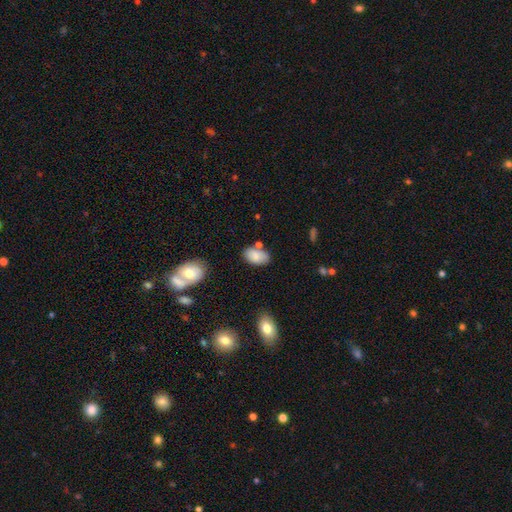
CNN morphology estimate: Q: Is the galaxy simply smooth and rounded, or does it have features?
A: smooth — 83%.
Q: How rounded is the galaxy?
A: in between — 93%.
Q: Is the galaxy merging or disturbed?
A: none — 69%.